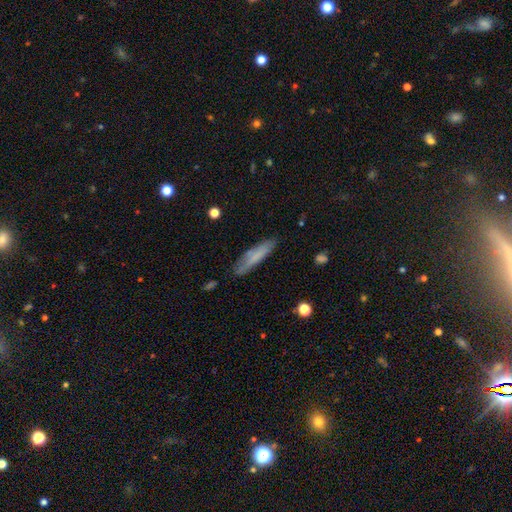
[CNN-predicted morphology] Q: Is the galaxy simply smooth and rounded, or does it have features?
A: smooth — 69%.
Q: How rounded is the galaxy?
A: cigar-shaped — 81%.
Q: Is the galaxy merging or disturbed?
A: none — 79%.